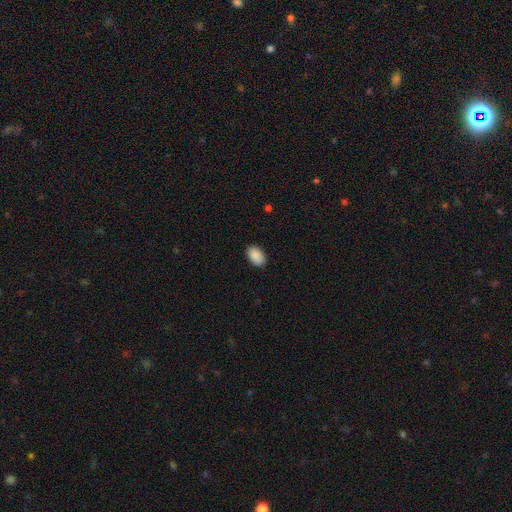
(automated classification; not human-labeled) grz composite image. It shows a smooth galaxy with no disk features (91%) that is in between round and cigar-shaped (91%). Merging: none (90%).